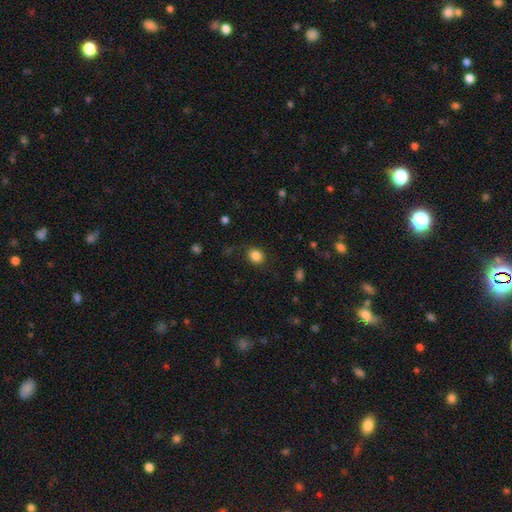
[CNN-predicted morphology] A smooth galaxy with no disk features (85%) that is round (61%). Merging: none (80%).